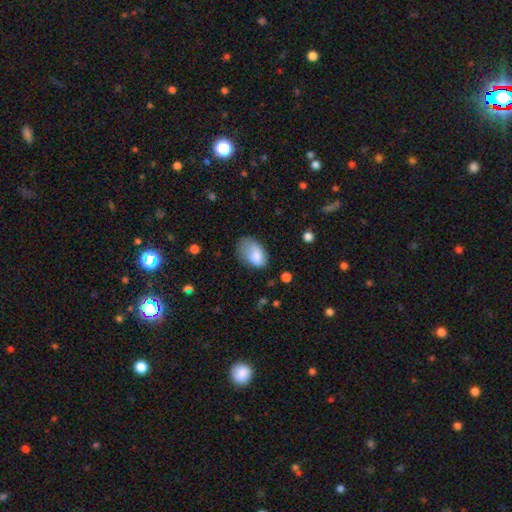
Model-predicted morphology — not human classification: smooth-or-featured: smooth: 79% | featured or disk: 13% | star or artifact: 7%
  how-rounded: in between: 90% | round: 9% | cigar-shaped: 1%
  merging: none: 41% | minor disturbance: 36% | major disturbance: 21% | merger: 3%